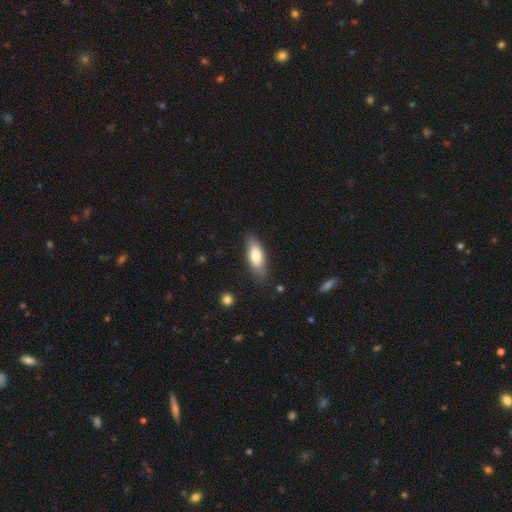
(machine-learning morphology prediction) This is likely a smooth galaxy (74%). How rounded: likely in between (70%). Merging: likely none (80%).